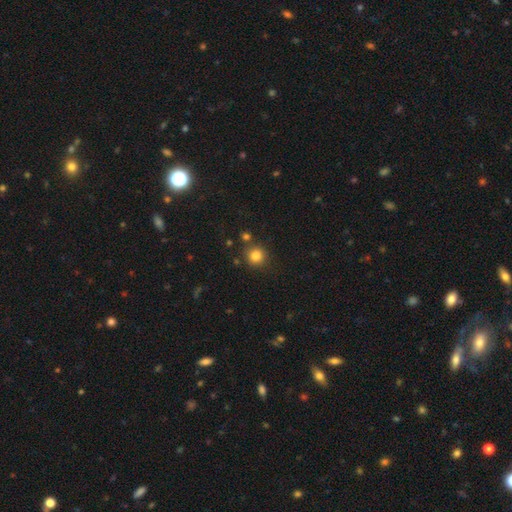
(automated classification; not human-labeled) Q: Smooth or featured?
A: smooth (83%); runner-up: star or artifact (12%)
Q: How rounded?
A: round (92%); runner-up: in between (7%)
Q: Merging?
A: none (82%); runner-up: minor disturbance (8%)